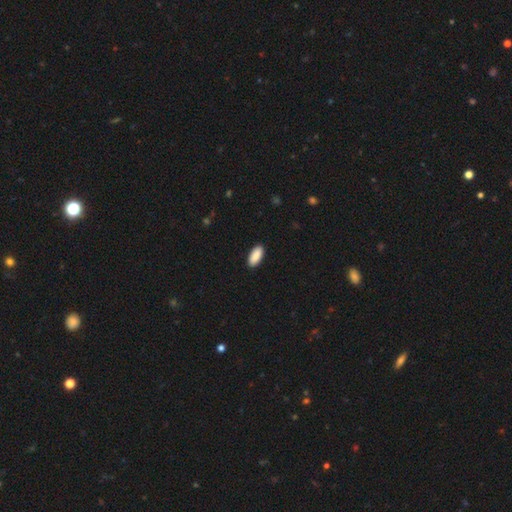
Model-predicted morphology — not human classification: Smooth or featured?
  - smooth: 91% *
  - star or artifact: 6%
  - featured or disk: 3%
How rounded?
  - in between: 88% *
  - cigar-shaped: 11%
  - round: 2%
Merging?
  - none: 91% *
  - minor disturbance: 7%
  - major disturbance: 1%
  - merger: 1%